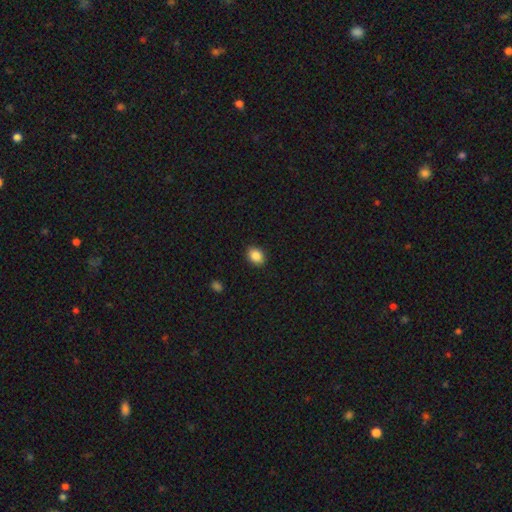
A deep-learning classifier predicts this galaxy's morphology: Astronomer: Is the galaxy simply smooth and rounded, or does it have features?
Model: smooth — 87%.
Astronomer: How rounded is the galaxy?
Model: in between — 63%.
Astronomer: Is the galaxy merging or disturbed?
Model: none — 89%.